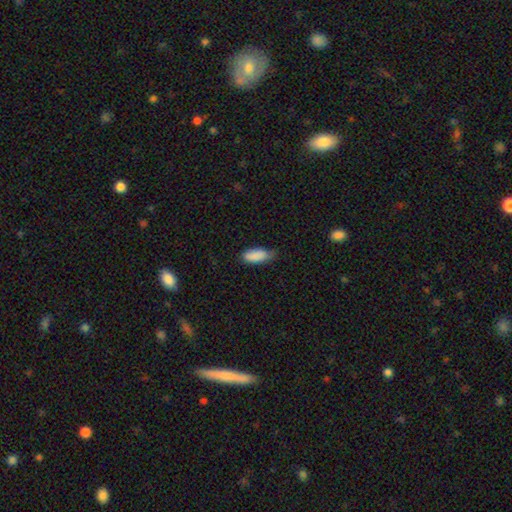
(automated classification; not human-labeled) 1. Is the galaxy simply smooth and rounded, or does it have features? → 88% smooth, 7% star or artifact, 5% featured or disk.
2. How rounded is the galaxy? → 84% in between, 14% cigar-shaped, 2% round.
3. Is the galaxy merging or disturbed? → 54% none, 38% minor disturbance, 6% major disturbance, 2% merger.